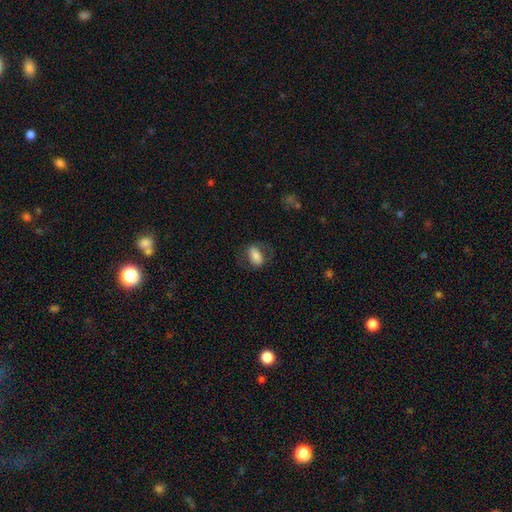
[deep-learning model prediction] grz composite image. It shows a smooth galaxy with no disk features (71%) that is in between round and cigar-shaped (86%). Merging: none (68%).